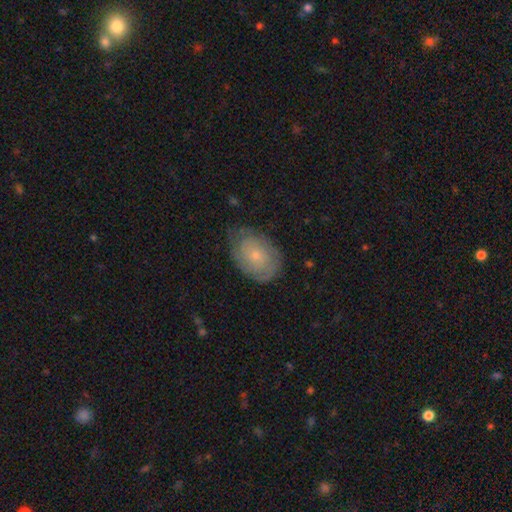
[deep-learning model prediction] Q: Smooth or featured?
A: featured or disk (52%); runner-up: smooth (41%)
Q: Edge-on disk?
A: no (96%); runner-up: yes (4%)
Q: Bar?
A: no (84%); runner-up: weak (14%)
Q: Spiral arms?
A: yes (76%); runner-up: no (24%)
Q: Bulge size?
A: small (74%); runner-up: moderate (22%)
Q: Merging?
A: none (67%); runner-up: minor disturbance (24%)